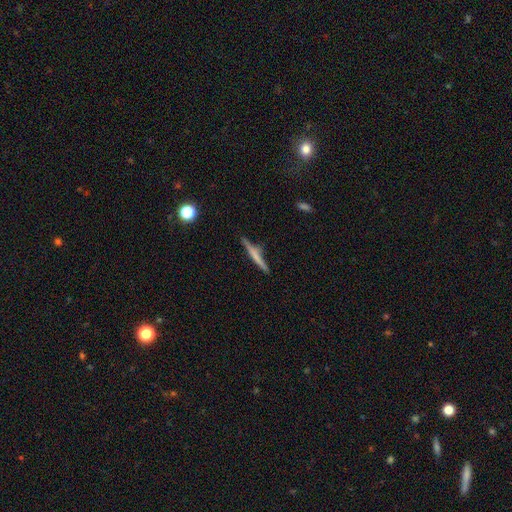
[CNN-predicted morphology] Q: Smooth or featured?
A: featured or disk (47%); runner-up: smooth (46%)
Q: Merging?
A: none (79%); runner-up: minor disturbance (15%)